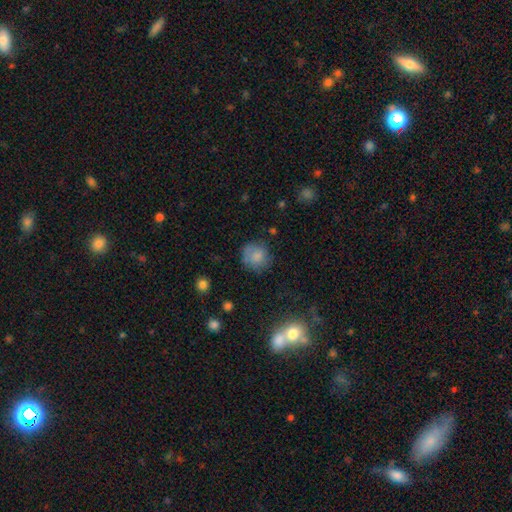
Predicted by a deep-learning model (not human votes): A smooth galaxy with no disk features (77%) that is round (87%).

Vote fractions:
- Smooth or featured? smooth: 77% / featured or disk: 13% / star or artifact: 10%
- How rounded? round: 87% / in between: 12% / cigar-shaped: 1%
- Merging? none: 71% / minor disturbance: 20% / major disturbance: 7% / merger: 2%